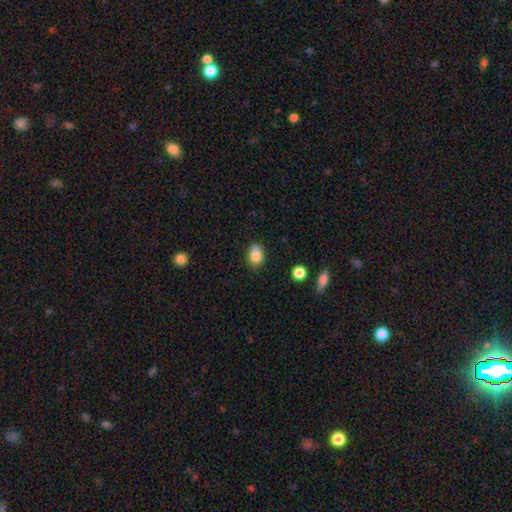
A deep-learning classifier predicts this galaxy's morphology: Smooth or featured? Predicted: smooth (p=0.84). How rounded? Predicted: in between (p=0.75). Merging? Predicted: none (p=0.71).